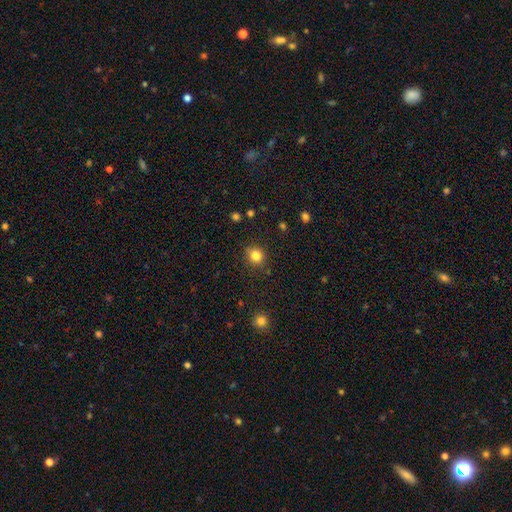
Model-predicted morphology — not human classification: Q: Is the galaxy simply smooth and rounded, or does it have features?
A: smooth — 83%.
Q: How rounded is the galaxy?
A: round — 82%.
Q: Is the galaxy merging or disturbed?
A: none — 86%.